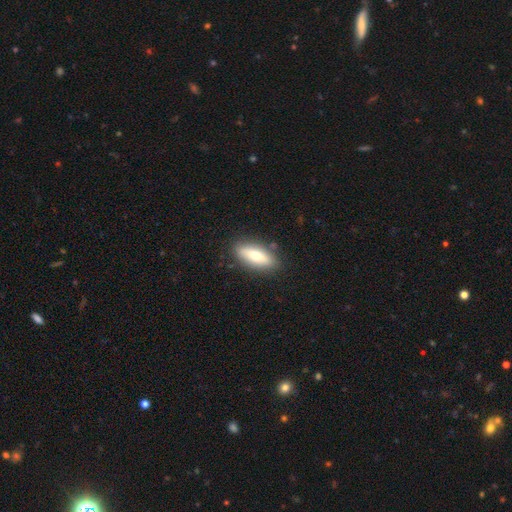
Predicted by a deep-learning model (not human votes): Smooth or featured? smooth (73%)
How rounded? in between (68%)
Merging? none (84%)